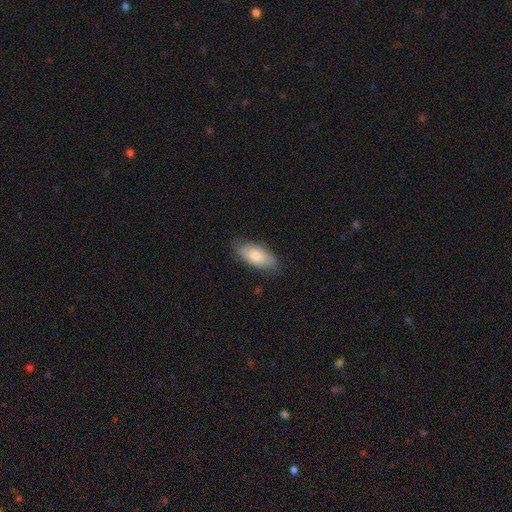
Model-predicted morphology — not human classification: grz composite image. It shows a smooth galaxy with no disk features (78%) that is in between round and cigar-shaped (89%). Merging: none (75%).